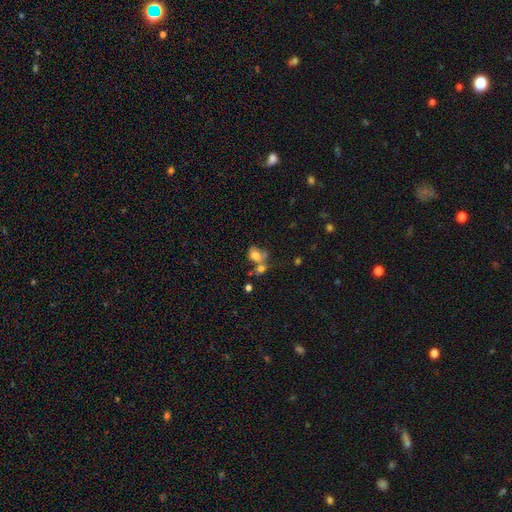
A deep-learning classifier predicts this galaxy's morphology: Smooth or featured? smooth (70%)
How rounded? in between (74%)
Merging? merger (47%)